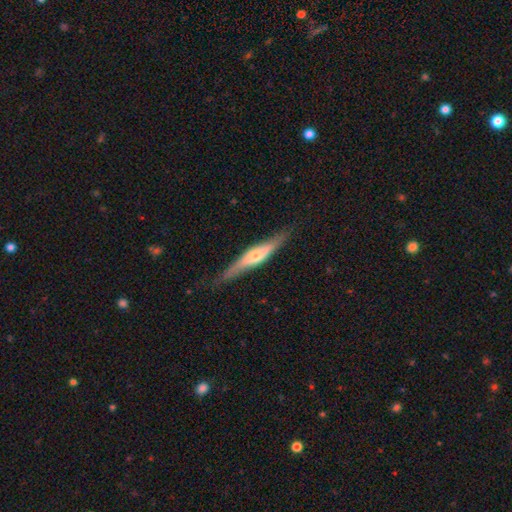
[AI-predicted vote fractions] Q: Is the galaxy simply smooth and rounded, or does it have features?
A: featured or disk — 65%.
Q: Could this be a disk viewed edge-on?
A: yes — 91%.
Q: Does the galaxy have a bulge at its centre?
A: rounded — 77%.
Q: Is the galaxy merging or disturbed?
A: none — 82%.